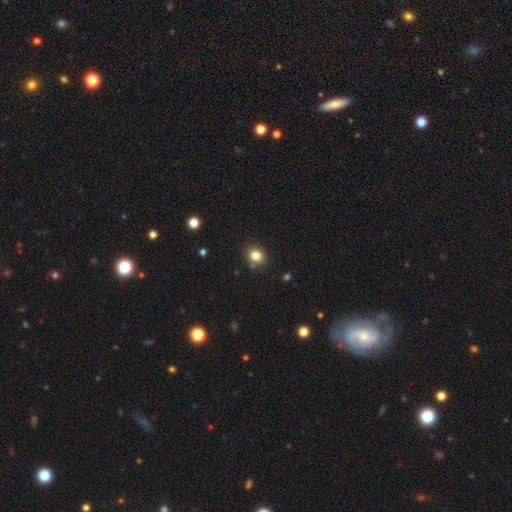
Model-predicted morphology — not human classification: smooth 82%, star or artifact 12%, featured or disk 6%. Down the decision tree: how rounded — round (75%); merging — none (82%).